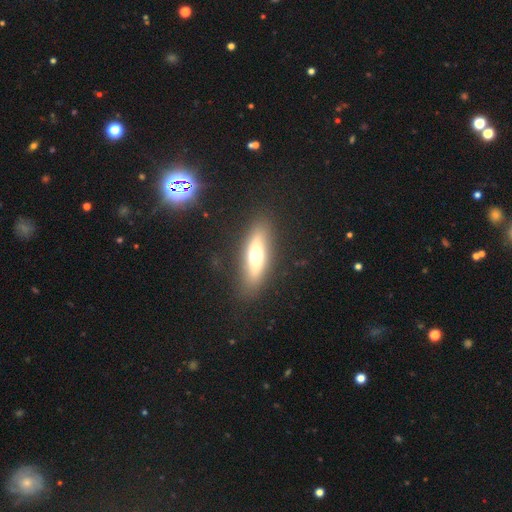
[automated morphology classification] Overall: smooth (54%; featured or disk 39%). How rounded: cigar-shaped (53%; in between 44%). Merging: none (84%).